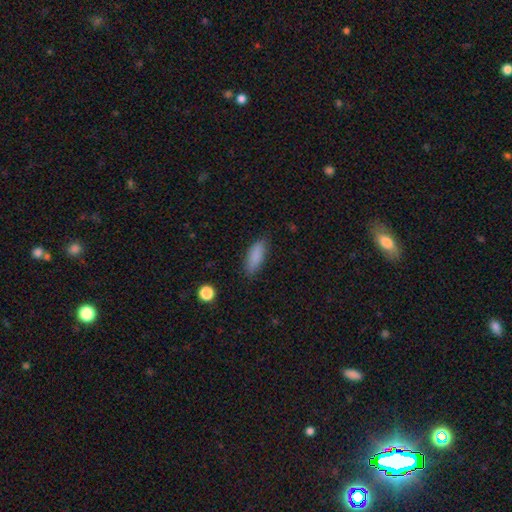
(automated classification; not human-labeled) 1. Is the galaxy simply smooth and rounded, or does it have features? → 87% smooth, 7% star or artifact, 6% featured or disk.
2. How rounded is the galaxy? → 66% in between, 32% cigar-shaped, 2% round.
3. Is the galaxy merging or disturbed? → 83% none, 13% minor disturbance, 3% major disturbance, 1% merger.